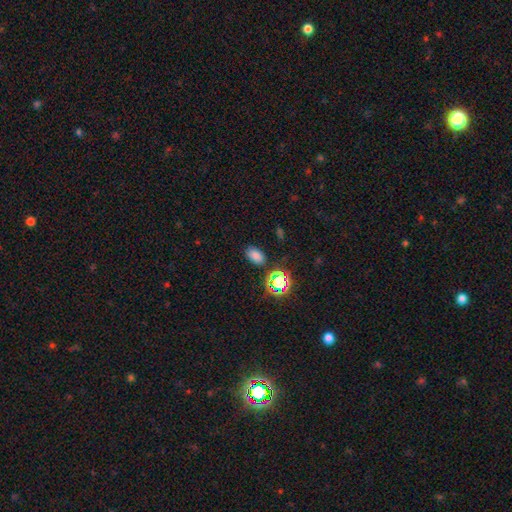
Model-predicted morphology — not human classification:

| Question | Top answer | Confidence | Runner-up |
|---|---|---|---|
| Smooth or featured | smooth | 74% | star or artifact (21%) |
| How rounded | in between | 86% | round (12%) |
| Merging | none | 83% | minor disturbance (11%) |